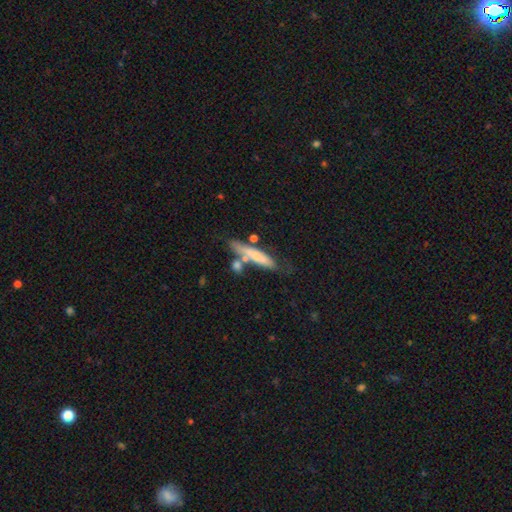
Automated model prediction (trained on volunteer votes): Smooth or featured?
  - smooth: 62% *
  - featured or disk: 31%
  - star or artifact: 6%
How rounded?
  - cigar-shaped: 83% *
  - in between: 15%
  - round: 2%
Merging?
  - none: 53% *
  - minor disturbance: 21%
  - merger: 19%
  - major disturbance: 7%